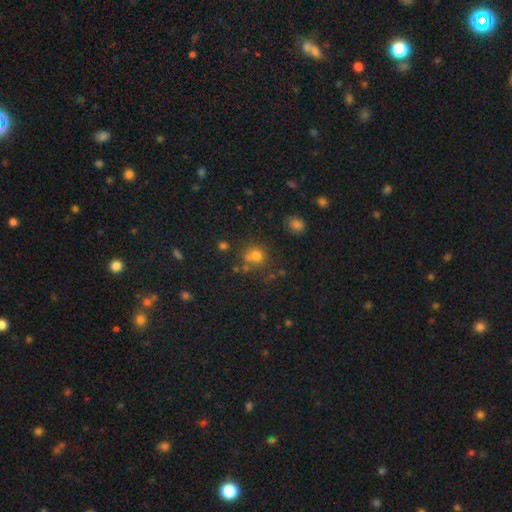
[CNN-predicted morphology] smooth-or-featured: smooth: 71% | star or artifact: 19% | featured or disk: 10%
  how-rounded: round: 77% | in between: 22% | cigar-shaped: 1%
  merging: none: 57% | merger: 21% | minor disturbance: 15% | major disturbance: 7%